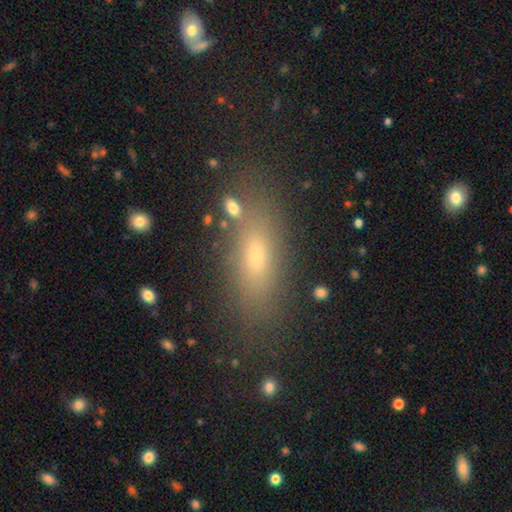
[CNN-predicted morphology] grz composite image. It shows a smooth galaxy with no disk features (71%) that is in between round and cigar-shaped (65%). Merging: none (82%).